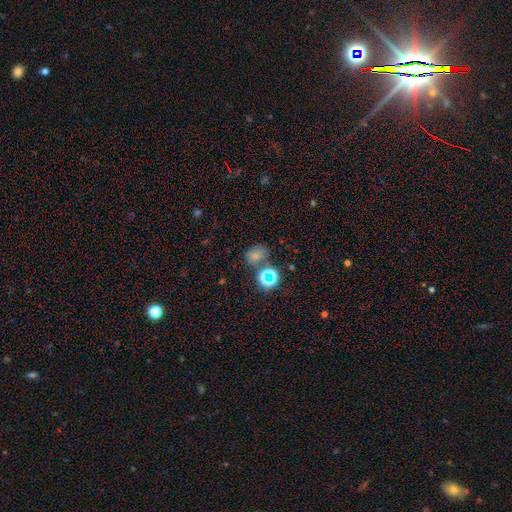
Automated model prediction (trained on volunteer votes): Q: Smooth or featured?
A: smooth (66%); runner-up: star or artifact (26%)
Q: How rounded?
A: in between (56%); runner-up: round (43%)
Q: Merging?
A: none (62%); runner-up: merger (17%)